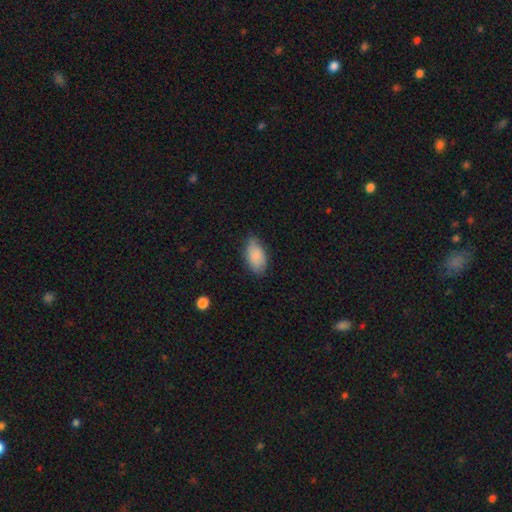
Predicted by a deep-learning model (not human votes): Morphology: type=smooth (84%); roundness=in between (94%); merging=none (72%).